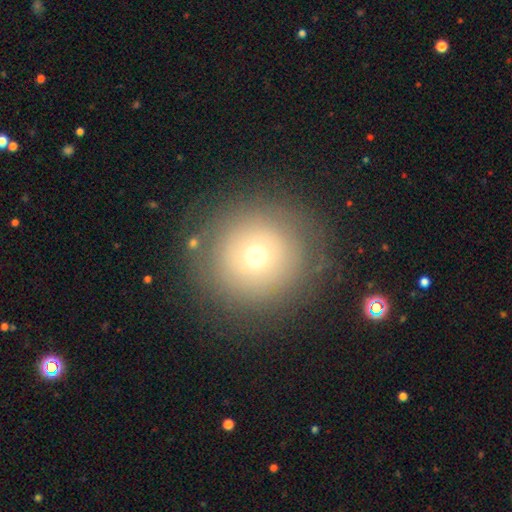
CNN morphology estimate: A smooth galaxy with no disk features (63%) that is round (95%).

Vote fractions:
- Smooth or featured? smooth: 63% / featured or disk: 21% / star or artifact: 15%
- How rounded? round: 95% / in between: 4% / cigar-shaped: 1%
- Merging? none: 84% / minor disturbance: 9% / major disturbance: 5% / merger: 2%